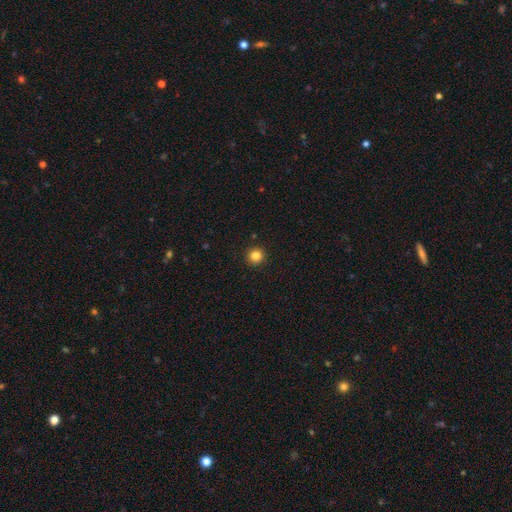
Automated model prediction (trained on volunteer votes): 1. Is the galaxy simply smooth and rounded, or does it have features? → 84% smooth, 12% star or artifact, 5% featured or disk.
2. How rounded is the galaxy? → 94% round, 5% in between, 1% cigar-shaped.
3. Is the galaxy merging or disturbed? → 93% none, 5% minor disturbance, 2% major disturbance, 1% merger.